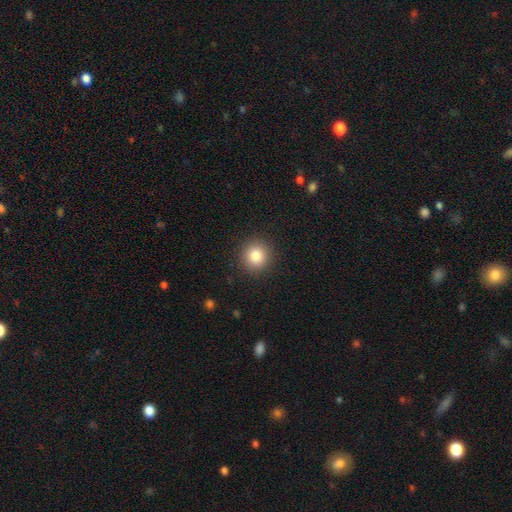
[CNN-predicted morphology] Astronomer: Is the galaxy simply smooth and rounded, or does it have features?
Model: smooth — 84%.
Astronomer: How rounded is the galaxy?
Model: round — 91%.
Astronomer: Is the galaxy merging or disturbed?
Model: none — 91%.